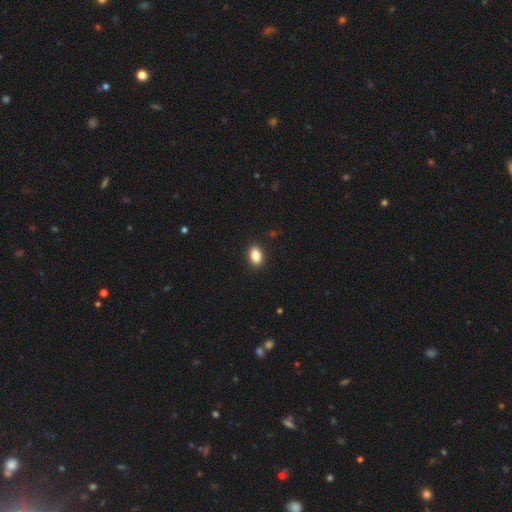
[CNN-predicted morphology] The model was most divided on "how rounded": in between: 82%, round: 16%, cigar-shaped: 2%. More confident: merging — none (90%); smooth or featured — smooth (86%).